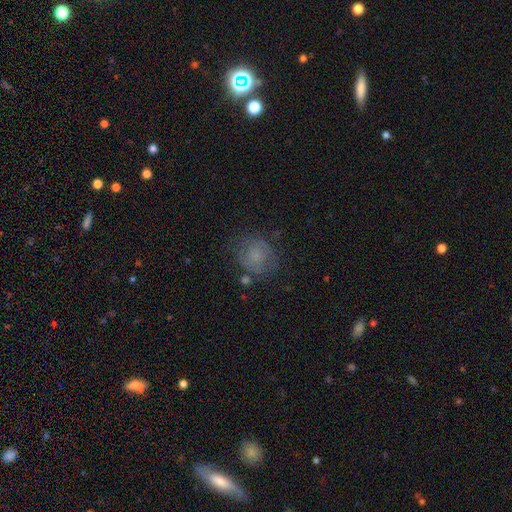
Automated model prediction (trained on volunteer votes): smooth_or_featured: smooth (p=0.64) [alt: featured or disk p=0.23]
how_rounded: round (p=0.75) [alt: in between p=0.24]
merging: none (p=0.67) [alt: minor disturbance p=0.19]